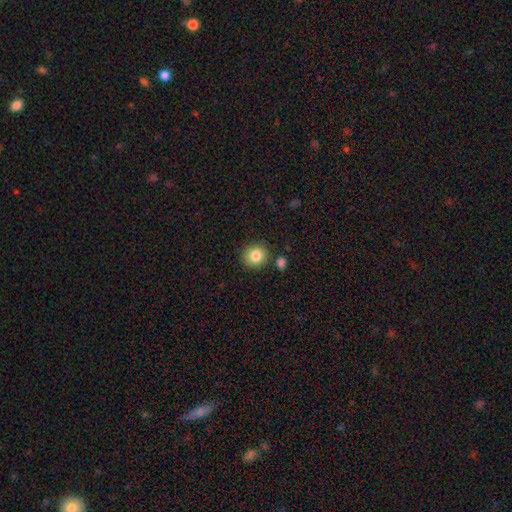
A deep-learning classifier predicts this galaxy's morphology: A smooth galaxy with no disk features (84%) that is round (85%).

Vote fractions:
- Smooth or featured? smooth: 84% / star or artifact: 10% / featured or disk: 7%
- How rounded? round: 85% / in between: 14% / cigar-shaped: 1%
- Merging? none: 84% / minor disturbance: 9% / merger: 5% / major disturbance: 2%